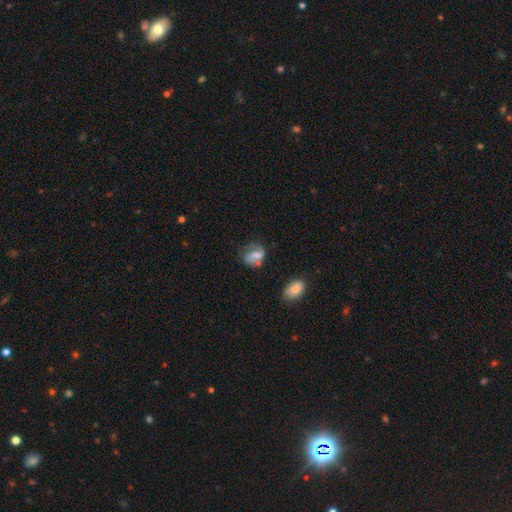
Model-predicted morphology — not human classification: Q: Smooth or featured?
A: smooth (53%); runner-up: featured or disk (38%)
Q: How rounded?
A: in between (53%); runner-up: round (45%)
Q: Merging?
A: none (50%); runner-up: minor disturbance (28%)